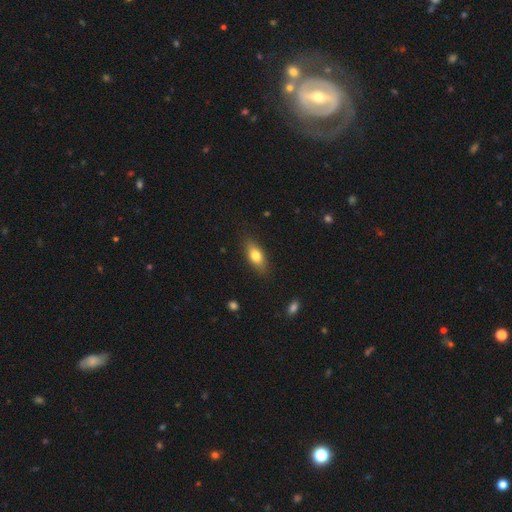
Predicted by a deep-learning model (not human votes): Overall: smooth (76%). How rounded: in between (79%). Merging: none (85%).